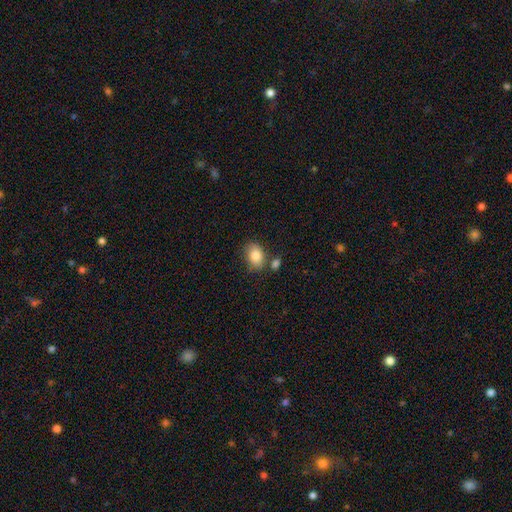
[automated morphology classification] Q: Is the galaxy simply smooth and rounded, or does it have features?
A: smooth — 85%.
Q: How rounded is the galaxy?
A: in between — 81%.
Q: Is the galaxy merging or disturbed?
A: none — 68%.